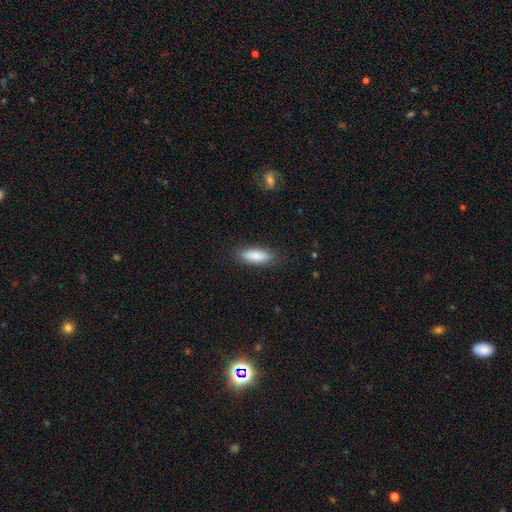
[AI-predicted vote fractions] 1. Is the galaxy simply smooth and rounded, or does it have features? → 86% smooth, 8% featured or disk, 6% star or artifact.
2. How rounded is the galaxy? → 60% in between, 38% cigar-shaped, 2% round.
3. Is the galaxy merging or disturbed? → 85% none, 11% minor disturbance, 3% major disturbance, 1% merger.